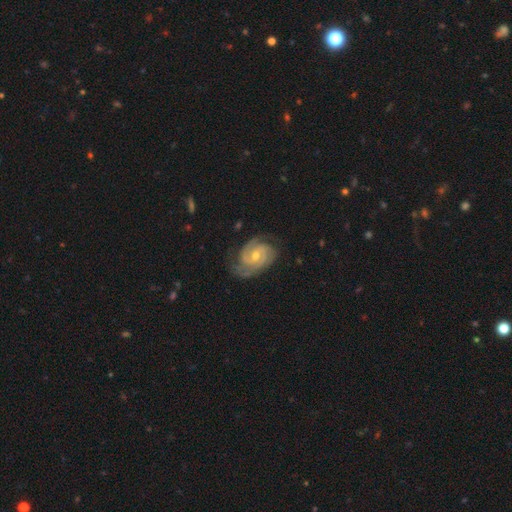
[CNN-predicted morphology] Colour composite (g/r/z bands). It shows a featured or disk galaxy (90%) with no bar (56%), 2 (59%) tight (64%) spiral arms (98%) and a moderate central bulge (51%). Merging: none (75%).